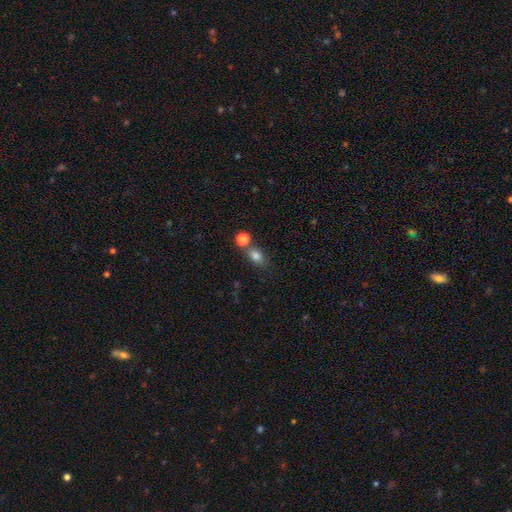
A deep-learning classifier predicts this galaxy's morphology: This is clearly a smooth galaxy (80%). How rounded: likely in between (69%). Merging: possibly none (59%).